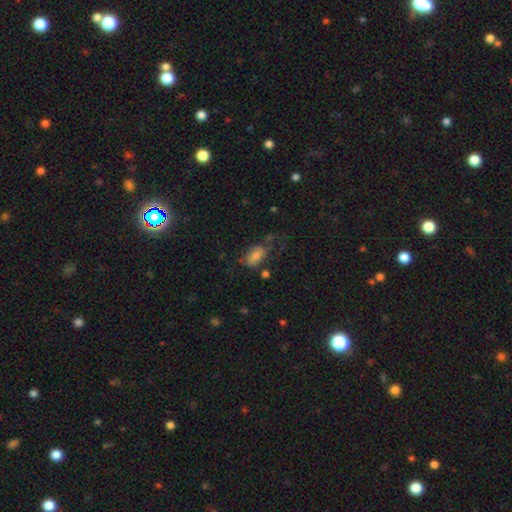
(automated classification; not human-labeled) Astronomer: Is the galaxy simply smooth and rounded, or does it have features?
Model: smooth — 61%.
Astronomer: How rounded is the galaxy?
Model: in between — 87%.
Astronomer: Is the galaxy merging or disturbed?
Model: none — 42% (runner-up: major disturbance, 27%).